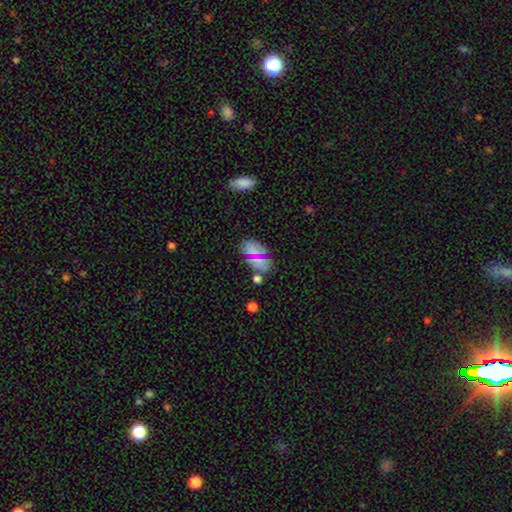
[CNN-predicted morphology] smooth_or_featured: smooth (p=0.66) [alt: star or artifact p=0.21]
how_rounded: in between (p=0.87) [alt: round p=0.09]
merging: none (p=0.73) [alt: minor disturbance p=0.15]